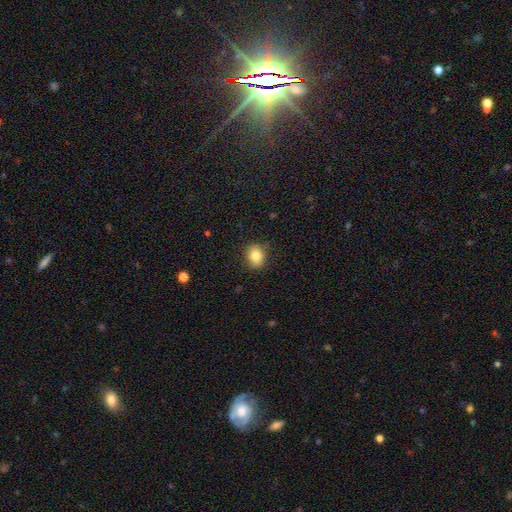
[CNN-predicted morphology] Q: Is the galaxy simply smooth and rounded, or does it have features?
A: smooth — 81%.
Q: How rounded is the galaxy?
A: round — 56%.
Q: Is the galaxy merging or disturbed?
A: none — 82%.